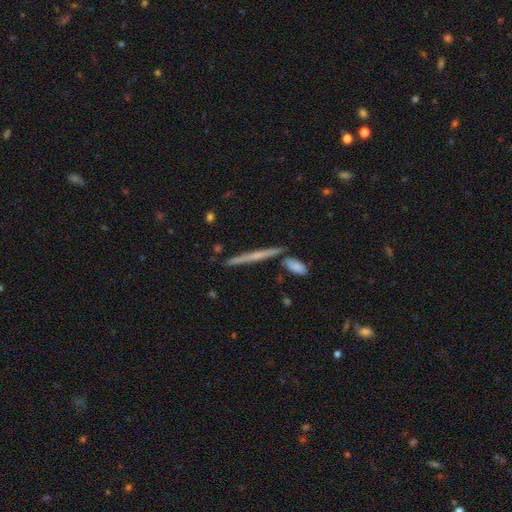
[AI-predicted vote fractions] This appears to be a featured or disk galaxy (58%) viewed edge-on (97%) with no central bulge (58%). Merging: none (83%).